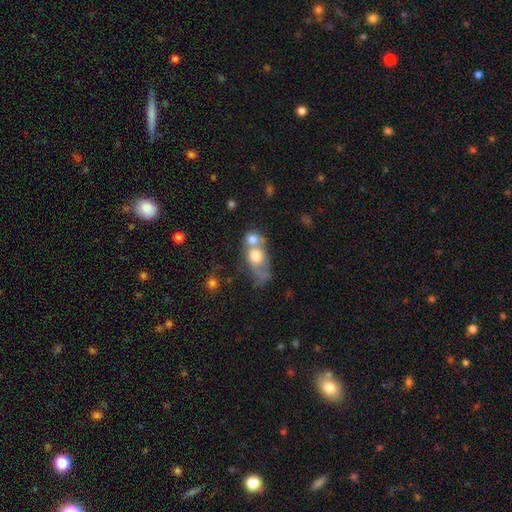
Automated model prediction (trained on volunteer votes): Smooth or featured? smooth (64%)
How rounded? in between (56%)
Merging? merger (65%)